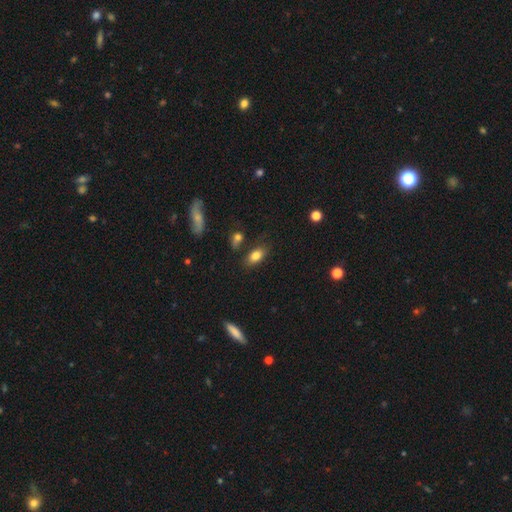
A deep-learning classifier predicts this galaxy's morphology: type=smooth (83%); roundness=in between (89%); merging=none (76%).